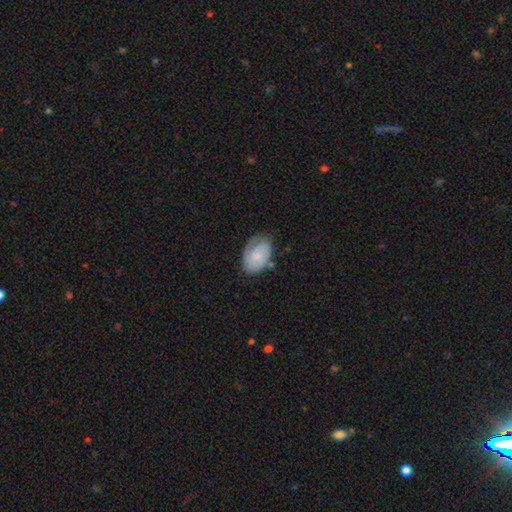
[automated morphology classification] Smooth or featured? Predicted: featured or disk (p=0.48). Merging? Predicted: none (p=0.66).